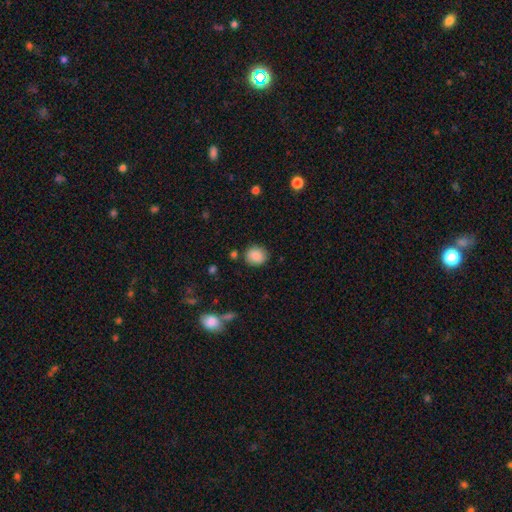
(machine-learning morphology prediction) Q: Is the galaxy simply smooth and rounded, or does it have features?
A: smooth — 86%.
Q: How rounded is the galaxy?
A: round — 76%.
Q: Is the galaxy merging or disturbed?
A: none — 84%.